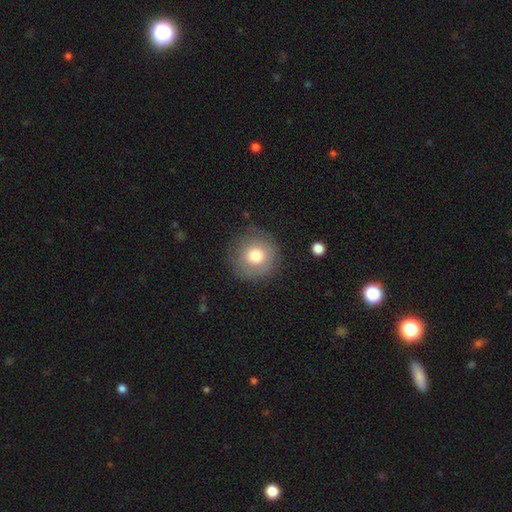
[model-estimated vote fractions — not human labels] smooth_or_featured: smooth (p=0.74) [alt: featured or disk p=0.17]
how_rounded: round (p=0.94) [alt: in between p=0.05]
merging: none (p=0.81) [alt: minor disturbance p=0.12]